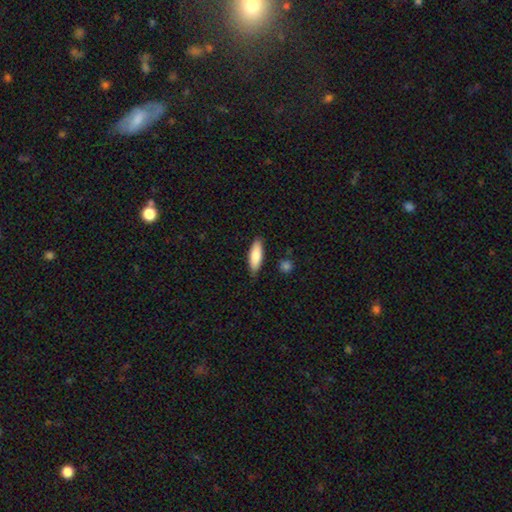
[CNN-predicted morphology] smooth-or-featured: smooth: 82% | featured or disk: 12% | star or artifact: 6%
  how-rounded: in between: 52% | cigar-shaped: 47% | round: 2%
  merging: none: 84% | minor disturbance: 12% | major disturbance: 2% | merger: 2%